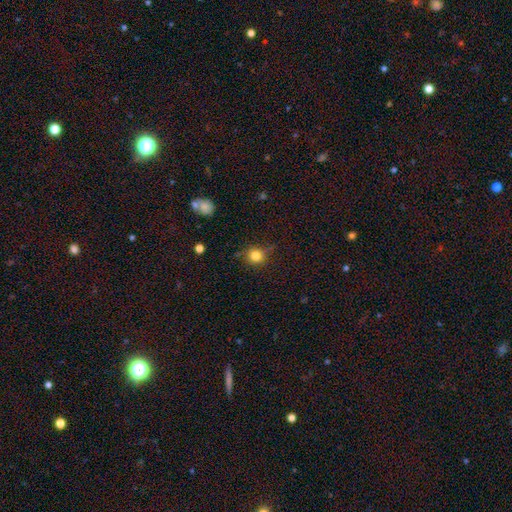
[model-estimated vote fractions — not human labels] Overall: smooth (80%). How rounded: round (90%). Merging: none (77%).